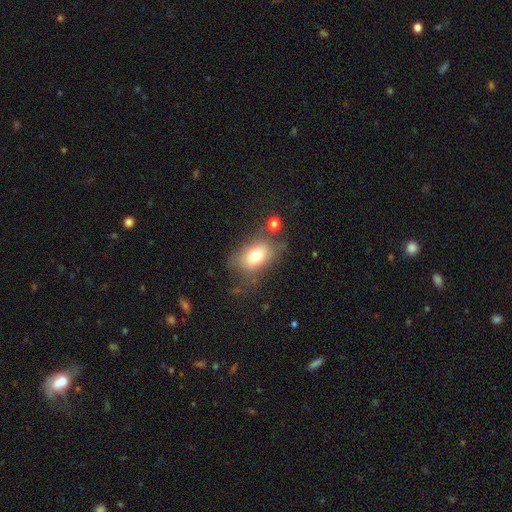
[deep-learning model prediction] Overall: smooth (73%). How rounded: in between (83%). Merging: none (55%; minor disturbance 23%).